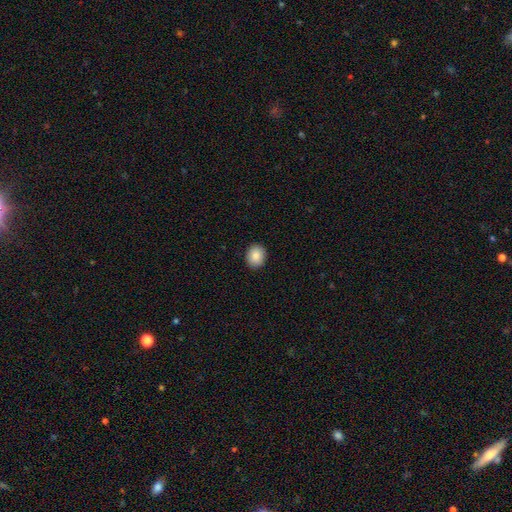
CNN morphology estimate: smooth 87%, star or artifact 8%, featured or disk 5%. Down the decision tree: how rounded — round (65%); merging — none (91%).